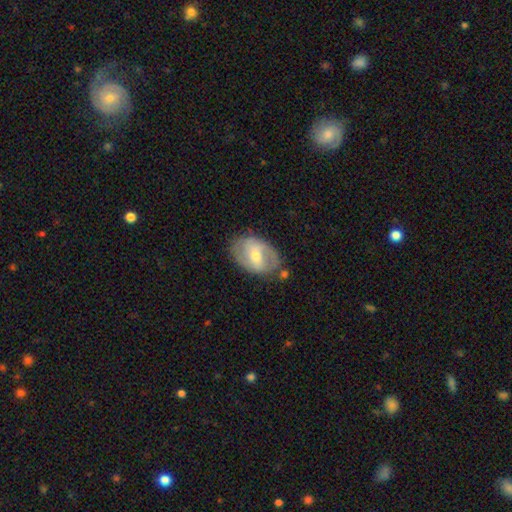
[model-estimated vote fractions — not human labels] The model was most divided on "bulge size": moderate: 50%, small: 46%, large: 2%, none: 1%, dominant: 1%. Remaining: edge-on disk — no (95%); spiral arms — yes (78%); spiral arm count — 2 (74%); merging — none (71%); smooth or featured — featured or disk (68%); bar — weak (47%); spiral winding — medium (44%).